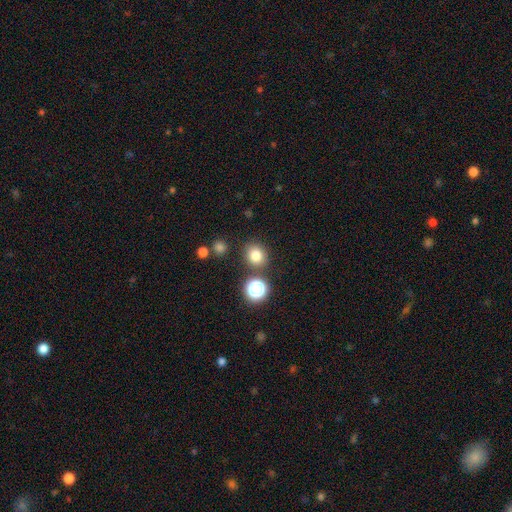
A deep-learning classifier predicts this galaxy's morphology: Smooth or featured? smooth (79%)
How rounded? round (79%)
Merging? none (82%)